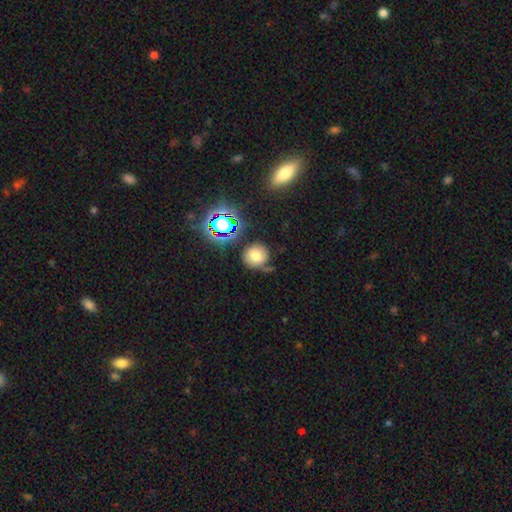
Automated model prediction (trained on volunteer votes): smooth-or-featured: smooth: 69% | star or artifact: 17% | featured or disk: 15%
  how-rounded: round: 87% | in between: 12% | cigar-shaped: 1%
  merging: none: 60% | minor disturbance: 22% | major disturbance: 10% | merger: 7%